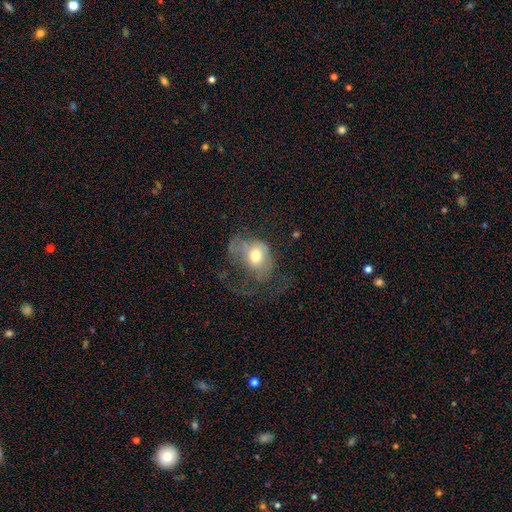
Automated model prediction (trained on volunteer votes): smooth 56%, featured or disk 34%, star or artifact 10%. Down the decision tree: how rounded — in between (54%); merging — major disturbance (55%).